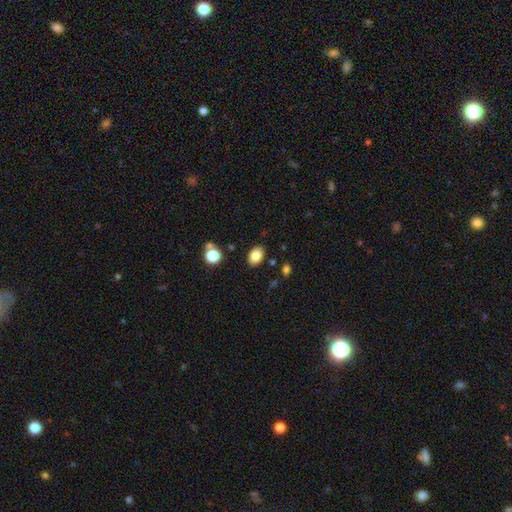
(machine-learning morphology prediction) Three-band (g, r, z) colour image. It shows a smooth galaxy with no disk features (83%) that is in between round and cigar-shaped (83%). Merging: none (85%).